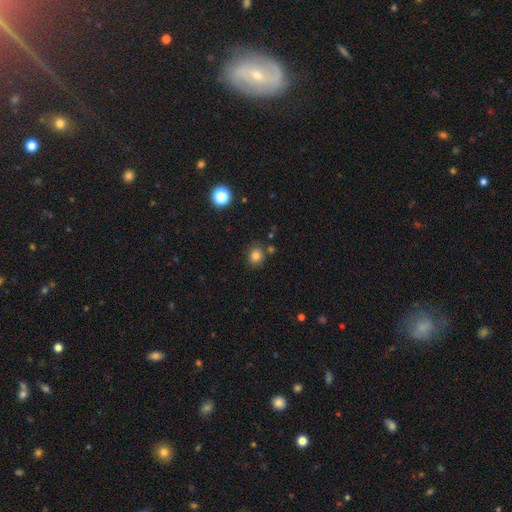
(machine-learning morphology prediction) Overall: smooth (81%). How rounded: round (80%). Merging: none (79%).